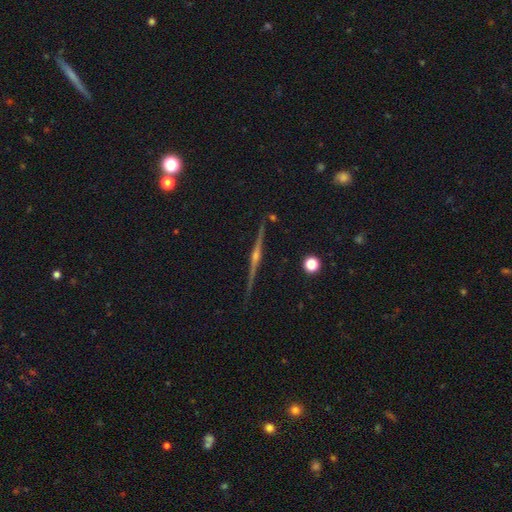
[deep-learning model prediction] Smooth or featured: featured or disk — 87% (smooth — 7%)
Edge-on disk: yes — 99% (no — 1%)
Edge-on bulge: rounded — 88% (none — 6%)
Merging: none — 91% (minor disturbance — 6%)